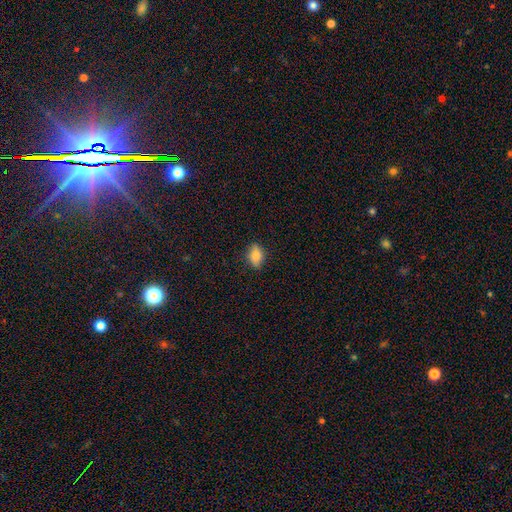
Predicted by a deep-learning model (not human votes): The model was most divided on "smooth or featured": smooth: 78%, featured or disk: 13%, star or artifact: 9%. More confident: how rounded — in between (83%); merging — none (83%).